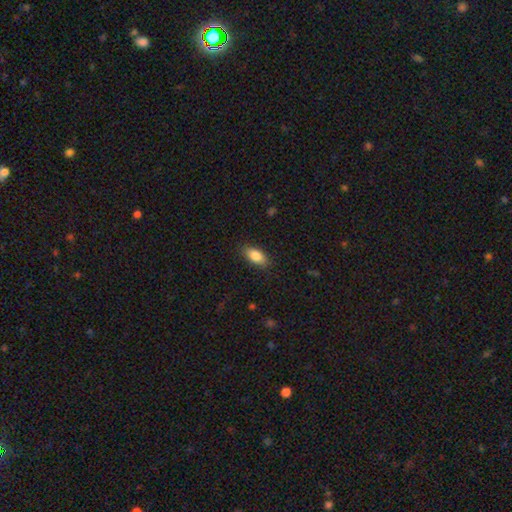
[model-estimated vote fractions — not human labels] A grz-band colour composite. It shows a smooth galaxy with no disk features (84%) that is in between round and cigar-shaped (89%). Merging: none (86%).